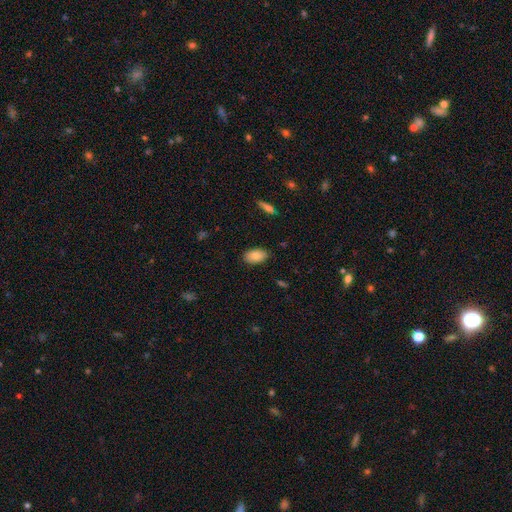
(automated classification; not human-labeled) Smooth or featured? smooth (81%)
How rounded? in between (93%)
Merging? none (86%)